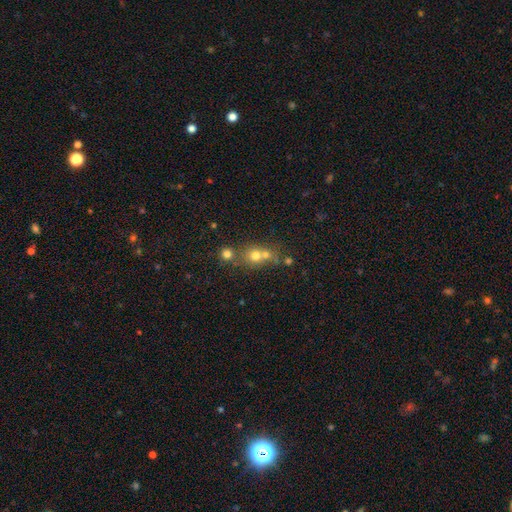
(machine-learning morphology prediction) Smooth or featured? smooth (67%)
How rounded? round (80%)
Merging? merger (50%)